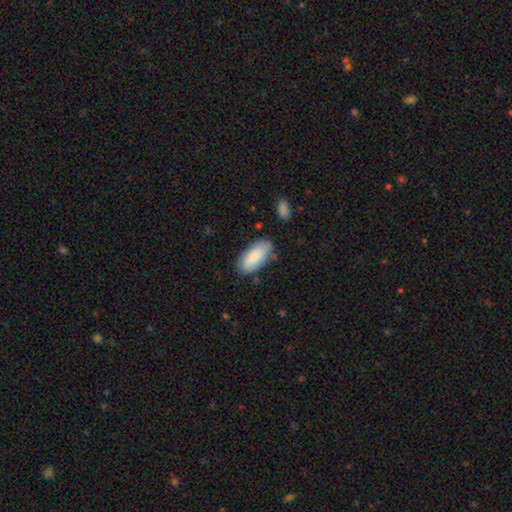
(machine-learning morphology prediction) smooth 82%, featured or disk 12%, star or artifact 6%. Down the decision tree: how rounded — in between (90%); merging — none (76%).